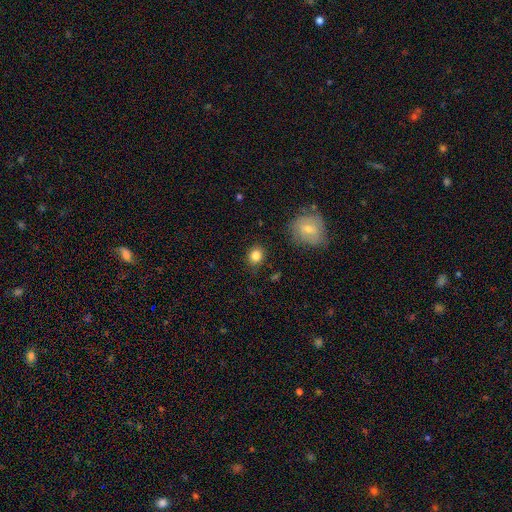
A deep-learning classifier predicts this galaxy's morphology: smooth 84%, star or artifact 9%, featured or disk 7%. Down the decision tree: how rounded — round (66%); merging — none (84%).